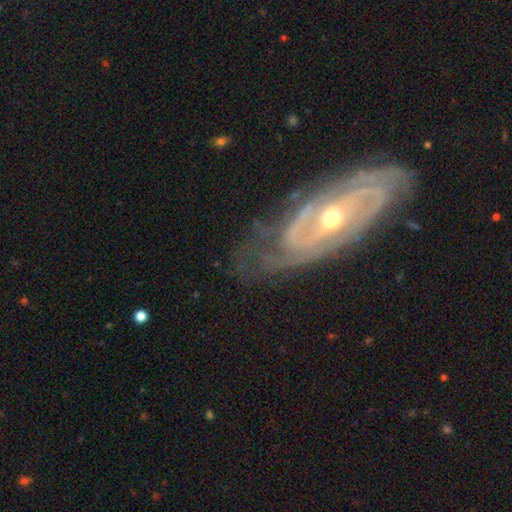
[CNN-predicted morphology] This is clearly a featured or disk galaxy (87%). It is clearly not viewed edge-on (89%). Bar: possibly no (54%). Spiral arm pattern: clearly yes (92%). Spiral arm count: marginally 2 (33%, tied with can't tell). Spiral winding: likely tight (73%). Central bulge: likely moderate (63%). Merging: likely none (74%).